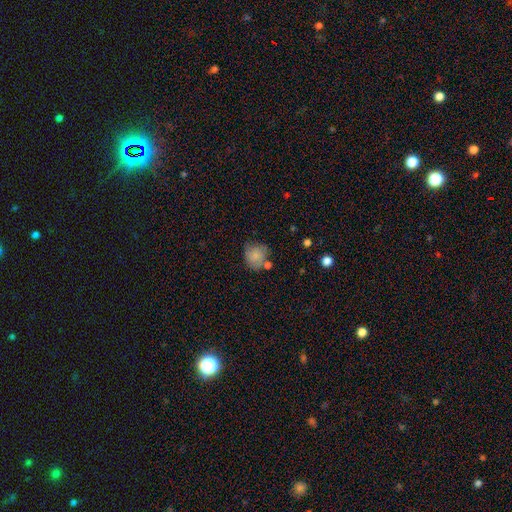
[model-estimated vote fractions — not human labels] Morphology: type=smooth (80%); roundness=round (79%); merging=none (54%).